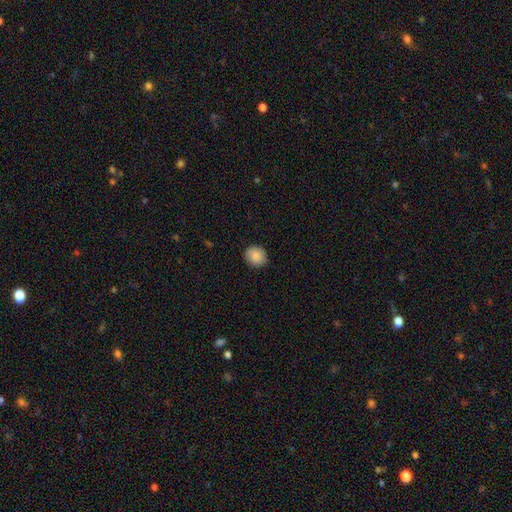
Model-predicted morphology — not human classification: smooth-or-featured: smooth: 88% | star or artifact: 8% | featured or disk: 5%
  how-rounded: round: 79% | in between: 20% | cigar-shaped: 1%
  merging: none: 89% | minor disturbance: 8% | major disturbance: 2% | merger: 1%